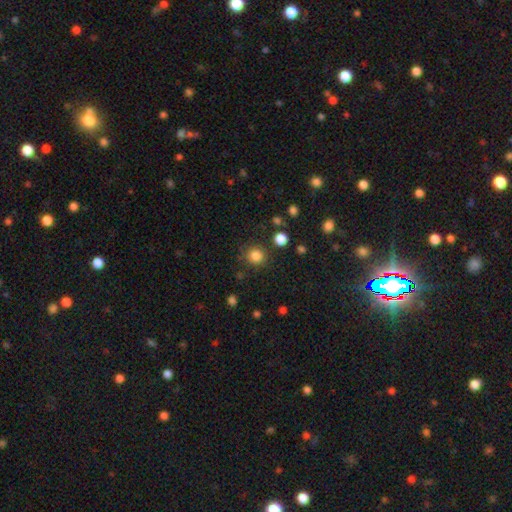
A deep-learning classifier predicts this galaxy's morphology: This appears to be a smooth galaxy with no disk features (84%) that is round (90%). Merging: none (85%).